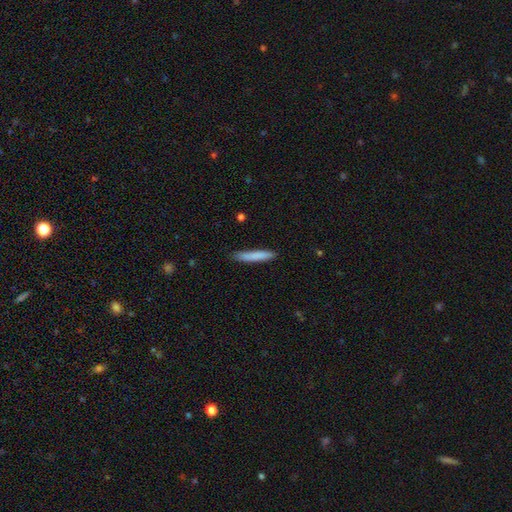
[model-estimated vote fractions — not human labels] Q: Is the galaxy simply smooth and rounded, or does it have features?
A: smooth — 81%.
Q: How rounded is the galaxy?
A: cigar-shaped — 94%.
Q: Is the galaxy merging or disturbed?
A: none — 84%.